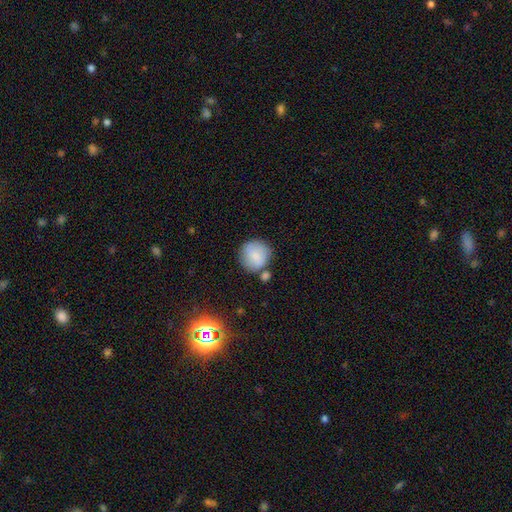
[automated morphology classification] Overall: smooth (80%). How rounded: round (91%). Merging: none (66%).